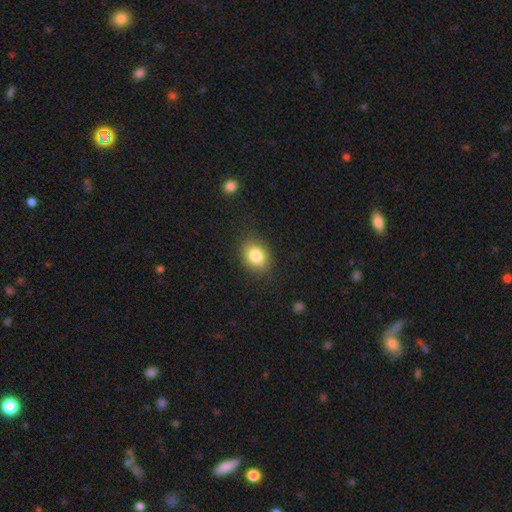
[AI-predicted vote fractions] smooth-or-featured: smooth: 83% | star or artifact: 9% | featured or disk: 8%
  how-rounded: in between: 64% | round: 35% | cigar-shaped: 1%
  merging: none: 83% | minor disturbance: 12% | major disturbance: 4% | merger: 1%